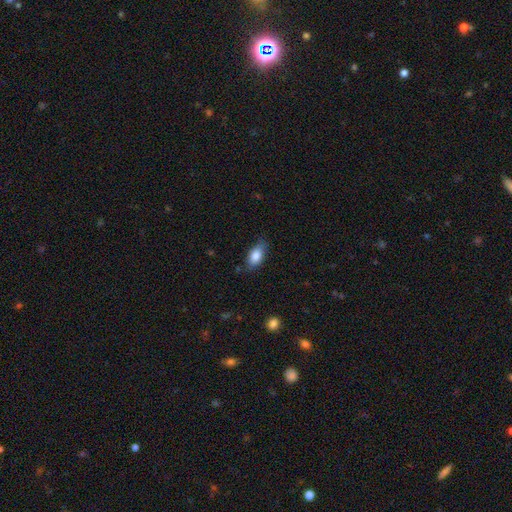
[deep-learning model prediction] Morphology: type=smooth (84%); roundness=in between (88%); merging=none (74%).